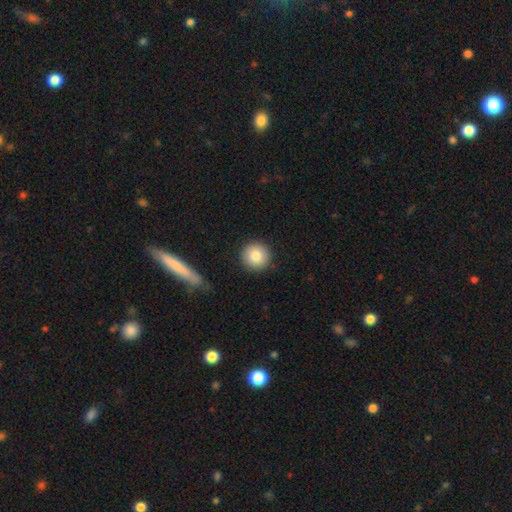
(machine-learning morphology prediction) A smooth galaxy with no disk features (83%) that is round (94%). Merging: none (90%).